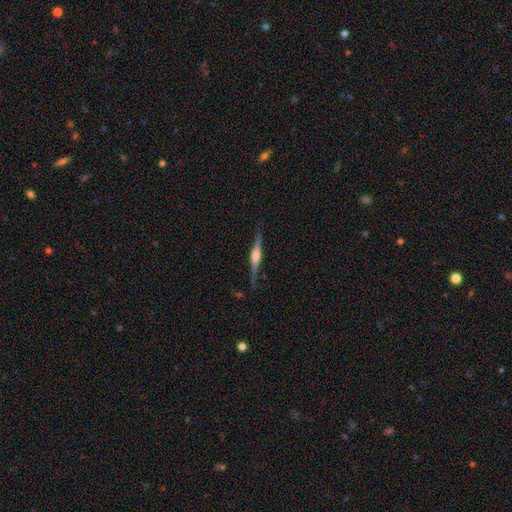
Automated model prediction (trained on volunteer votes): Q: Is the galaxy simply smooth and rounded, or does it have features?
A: featured or disk — 77%.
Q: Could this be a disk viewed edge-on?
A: yes — 98%.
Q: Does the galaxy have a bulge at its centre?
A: rounded — 87%.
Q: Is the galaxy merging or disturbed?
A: none — 84%.